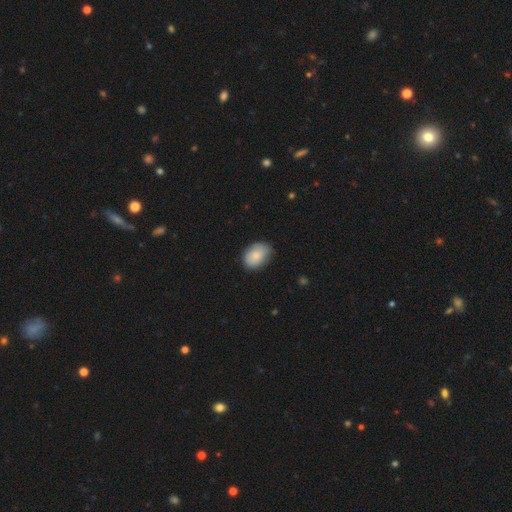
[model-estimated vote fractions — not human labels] Smooth or featured? smooth (84%)
How rounded? in between (81%)
Merging? none (78%)